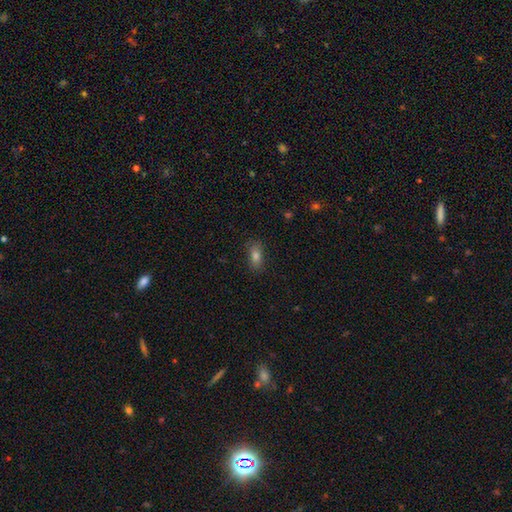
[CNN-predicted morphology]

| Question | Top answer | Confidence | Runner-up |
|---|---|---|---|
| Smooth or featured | smooth | 77% | star or artifact (12%) |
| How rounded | in between | 83% | cigar-shaped (9%) |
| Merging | none | 84% | minor disturbance (12%) |